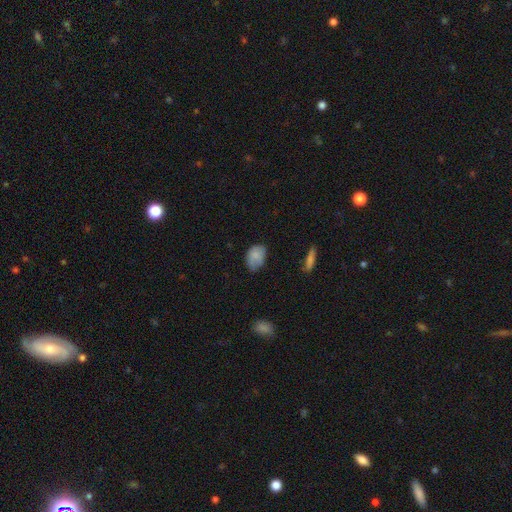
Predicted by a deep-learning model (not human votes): smooth 80%, featured or disk 12%, star or artifact 7%. Down the decision tree: how rounded — in between (81%); merging — none (63%).